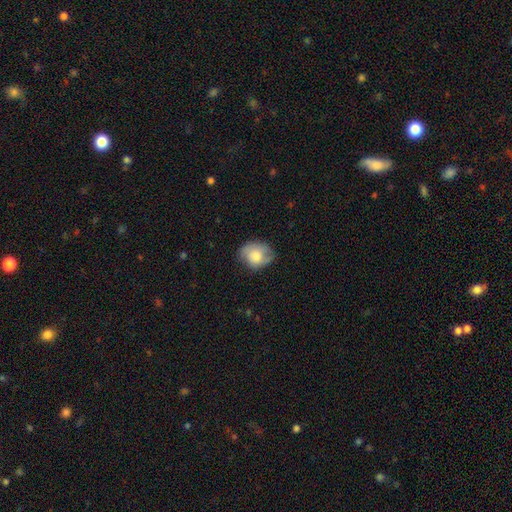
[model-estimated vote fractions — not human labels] Overall: smooth (65%; featured or disk 28%). How rounded: in between (50%; round 49%). Merging: none (60%; minor disturbance 30%).